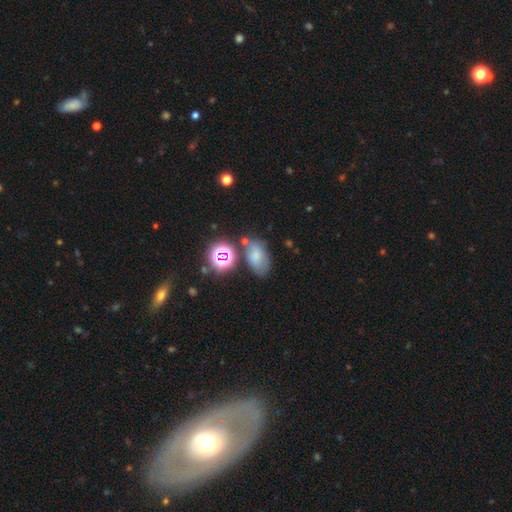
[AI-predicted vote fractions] Smooth or featured? smooth (67%)
How rounded? in between (85%)
Merging? none (62%)